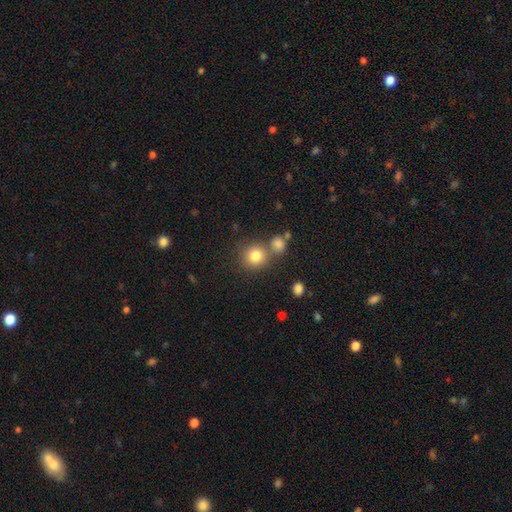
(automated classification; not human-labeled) Smooth or featured? smooth (81%)
How rounded? round (89%)
Merging? none (66%)